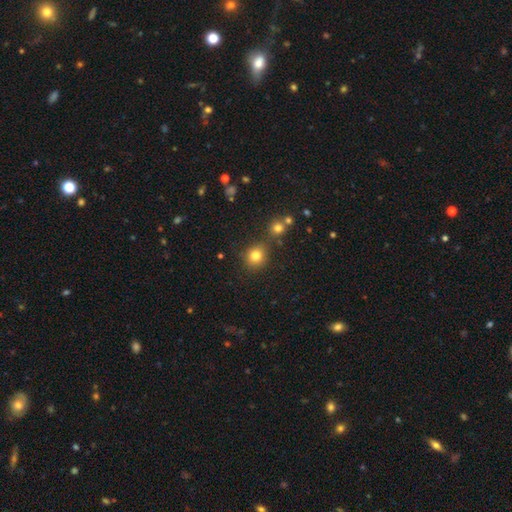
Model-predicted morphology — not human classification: Q: Smooth or featured?
A: smooth (79%); runner-up: star or artifact (14%)
Q: How rounded?
A: round (83%); runner-up: in between (16%)
Q: Merging?
A: none (78%); runner-up: minor disturbance (10%)